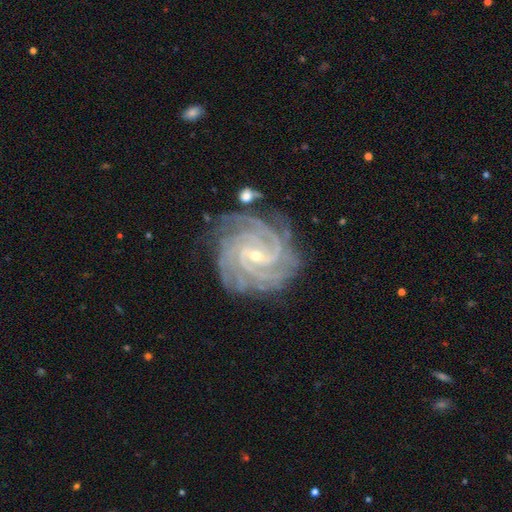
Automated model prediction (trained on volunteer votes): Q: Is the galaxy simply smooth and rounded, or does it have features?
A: featured or disk — 93%.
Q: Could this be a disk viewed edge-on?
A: no — 98%.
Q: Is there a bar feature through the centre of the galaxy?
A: weak — 45%.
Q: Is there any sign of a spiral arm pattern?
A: yes — 99%.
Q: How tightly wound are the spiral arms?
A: tight — 80%.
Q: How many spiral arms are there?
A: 4 — 38%.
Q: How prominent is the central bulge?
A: small — 75%.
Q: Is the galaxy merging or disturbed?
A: none — 79%.